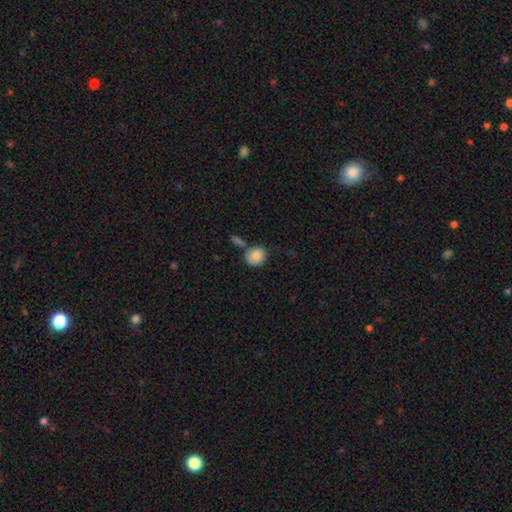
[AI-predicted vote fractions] The model was most divided on "merging": none: 64%, merger: 18%, minor disturbance: 13%, major disturbance: 4%. More confident: smooth or featured — smooth (87%); how rounded — round (73%).